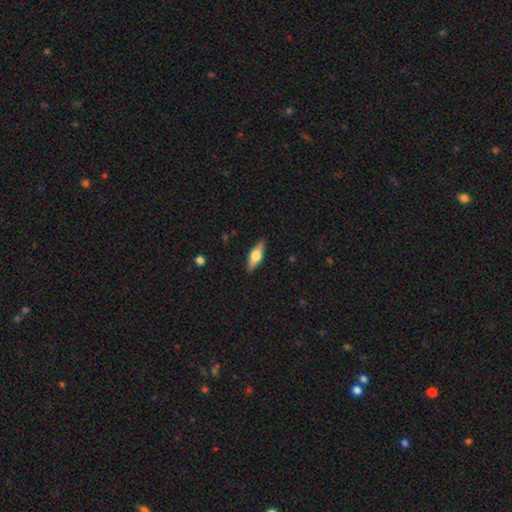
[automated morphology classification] This is possibly a smooth galaxy (48%). Merging: clearly none (87%).